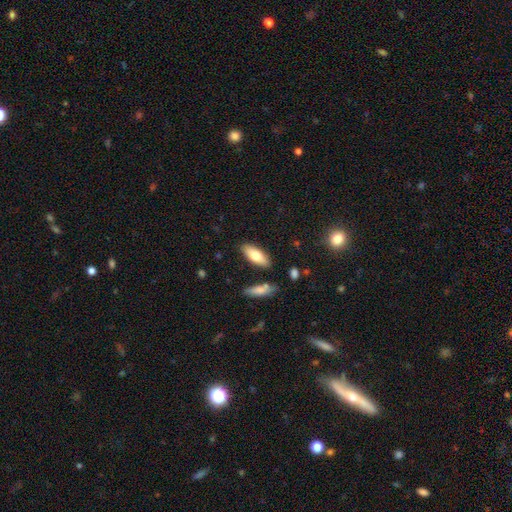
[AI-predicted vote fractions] A smooth galaxy with no disk features (72%) that is in between round and cigar-shaped (75%).

Vote fractions:
- Smooth or featured? smooth: 72% / featured or disk: 21% / star or artifact: 6%
- How rounded? in between: 75% / cigar-shaped: 23% / round: 2%
- Merging? none: 83% / minor disturbance: 10% / merger: 4% / major disturbance: 2%